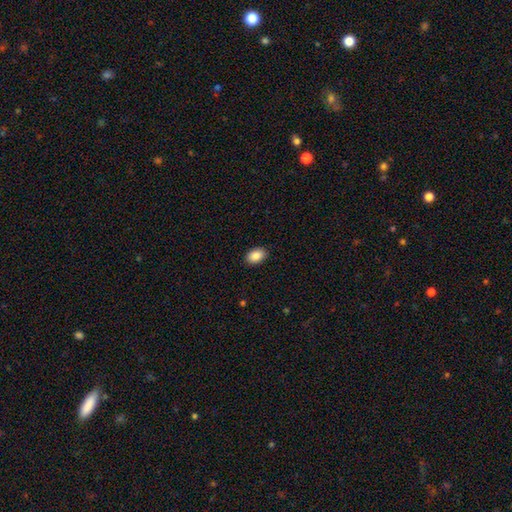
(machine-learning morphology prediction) Overall: smooth (88%). How rounded: in between (86%). Merging: none (90%).